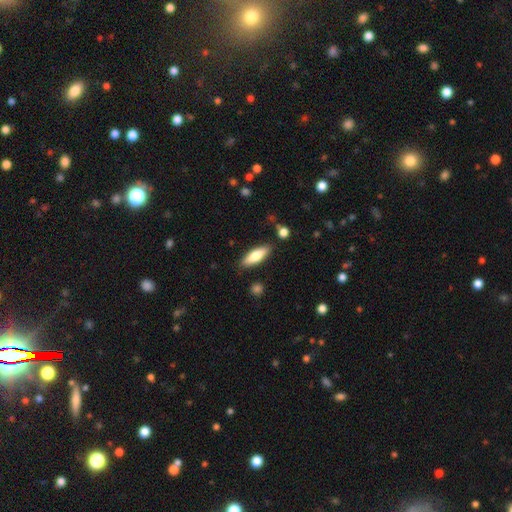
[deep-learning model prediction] Q: Smooth or featured?
A: smooth (71%); runner-up: featured or disk (24%)
Q: How rounded?
A: in between (53%); runner-up: cigar-shaped (44%)
Q: Merging?
A: none (85%); runner-up: minor disturbance (10%)